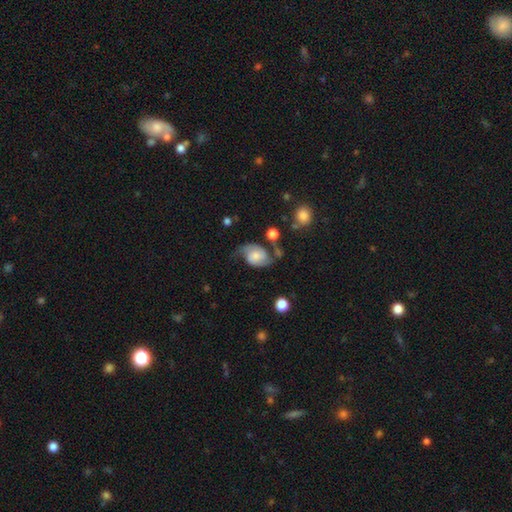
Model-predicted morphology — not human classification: This appears to be a featured or disk galaxy (66%) with no bar (62%), 2 (87%) loose (43%) spiral arms (92%) and a small central bulge (40%). Merging: none (49%).